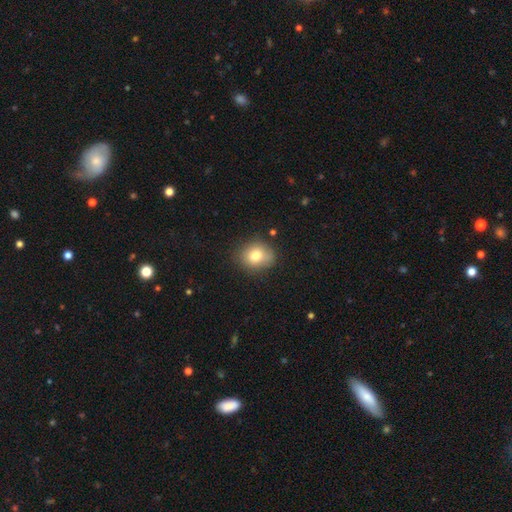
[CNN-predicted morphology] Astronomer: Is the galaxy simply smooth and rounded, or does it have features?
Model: smooth — 77%.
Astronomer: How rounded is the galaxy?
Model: round — 64%.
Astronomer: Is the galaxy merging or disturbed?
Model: none — 78%.